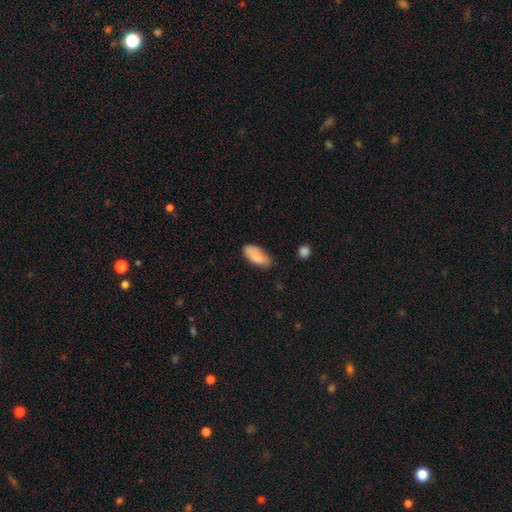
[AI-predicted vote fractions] The model was most divided on "merging": none: 69%, minor disturbance: 25%, major disturbance: 4%, merger: 2%. More confident: how rounded — in between (90%); smooth or featured — smooth (85%).